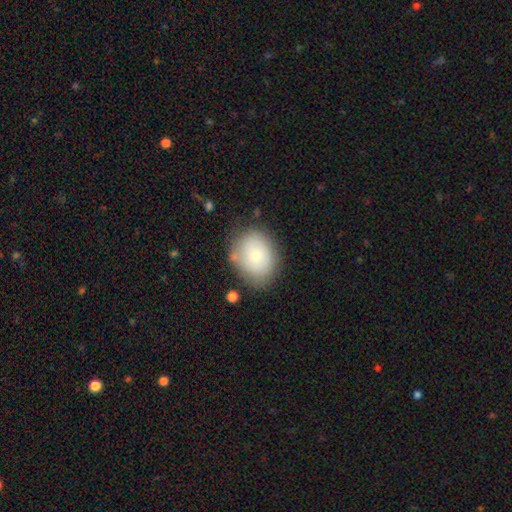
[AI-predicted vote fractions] smooth-or-featured: smooth: 71% | featured or disk: 20% | star or artifact: 8%
  how-rounded: in between: 51% | round: 48% | cigar-shaped: 1%
  merging: none: 72% | minor disturbance: 19% | major disturbance: 6% | merger: 4%